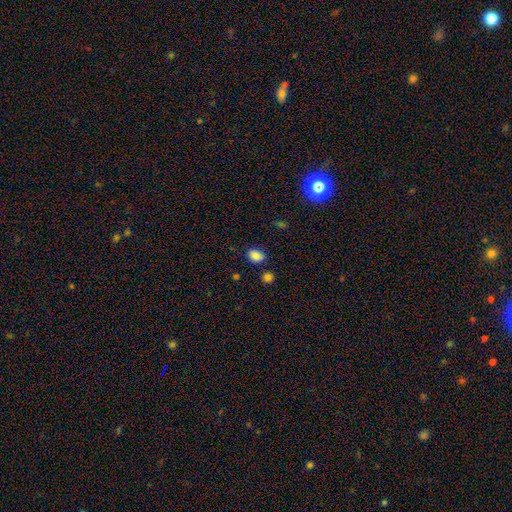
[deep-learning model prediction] smooth_or_featured: smooth (p=0.84) [alt: star or artifact p=0.11]
how_rounded: in between (p=0.57) [alt: round p=0.42]
merging: none (p=0.75) [alt: minor disturbance p=0.16]